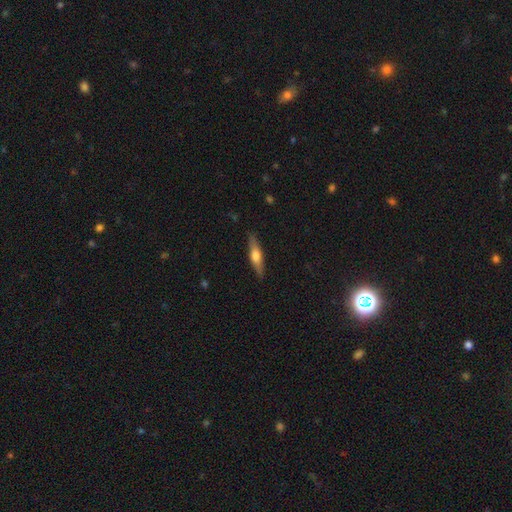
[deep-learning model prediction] featured or disk 52%, smooth 42%, star or artifact 6%. Down the decision tree: edge-on disk — yes (94%); merging — none (88%).